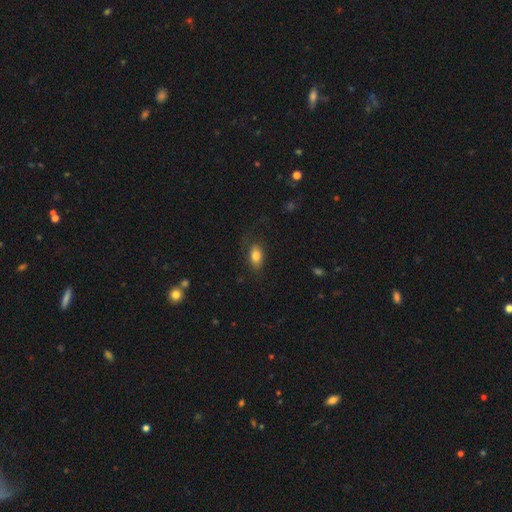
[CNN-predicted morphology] Smooth or featured: smooth — 81% (featured or disk — 11%)
How rounded: in between — 88% (round — 8%)
Merging: none — 74% (minor disturbance — 17%)